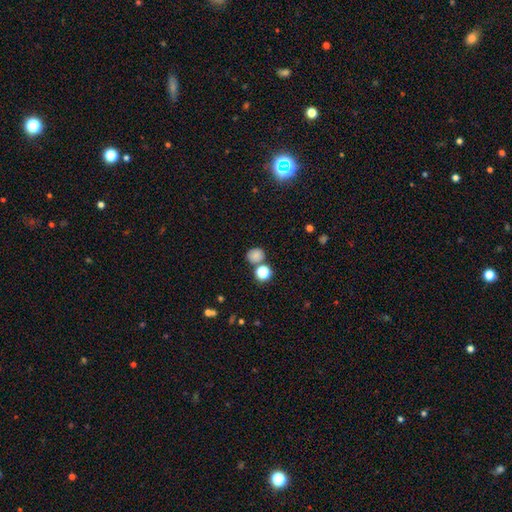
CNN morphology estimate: Smooth or featured? Predicted: smooth (p=0.78). How rounded? Predicted: round (p=0.76). Merging? Predicted: none (p=0.69).